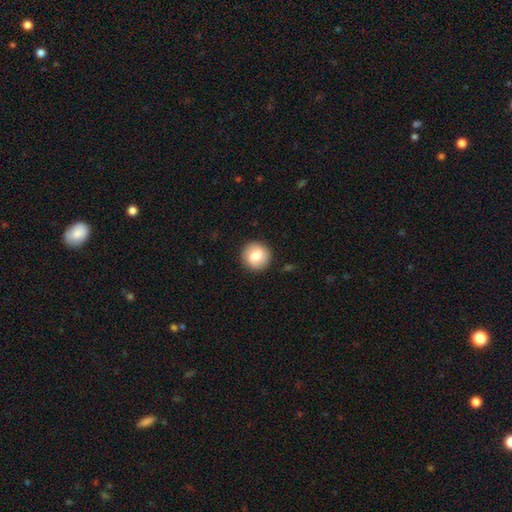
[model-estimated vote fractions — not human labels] smooth-or-featured: smooth: 77% | featured or disk: 16% | star or artifact: 7%
  how-rounded: round: 93% | in between: 6% | cigar-shaped: 1%
  merging: none: 90% | minor disturbance: 7% | major disturbance: 2% | merger: 1%